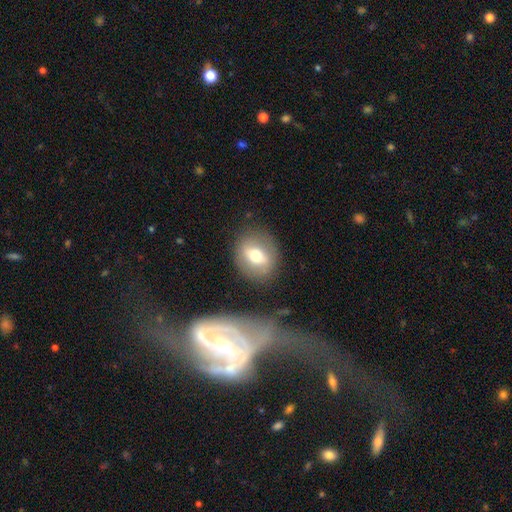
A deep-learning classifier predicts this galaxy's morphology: smooth 59%, featured or disk 32%, star or artifact 9%. Down the decision tree: how rounded — round (65%); merging — none (82%).